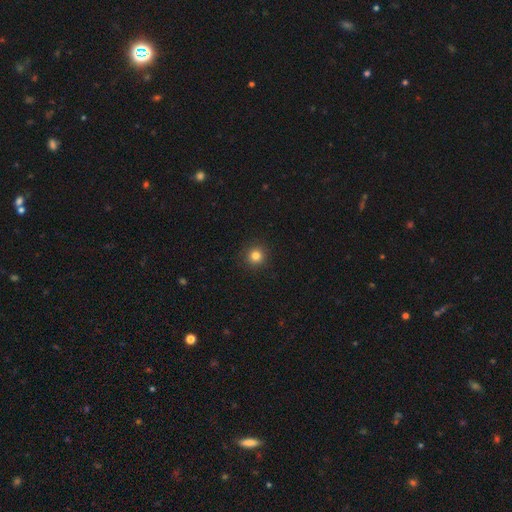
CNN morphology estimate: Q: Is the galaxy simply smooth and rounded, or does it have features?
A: smooth — 82%.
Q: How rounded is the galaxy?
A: round — 95%.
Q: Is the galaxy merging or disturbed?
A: none — 93%.